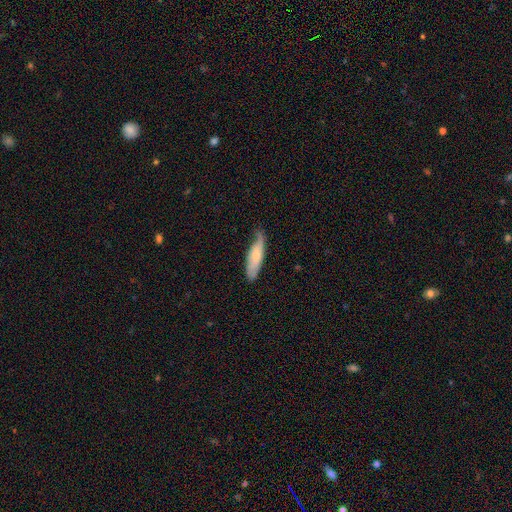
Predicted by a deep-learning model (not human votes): The model was most divided on "how rounded": cigar-shaped: 56%, in between: 43%, round: 2%. More confident: smooth or featured — smooth (62%); merging — none (54%).